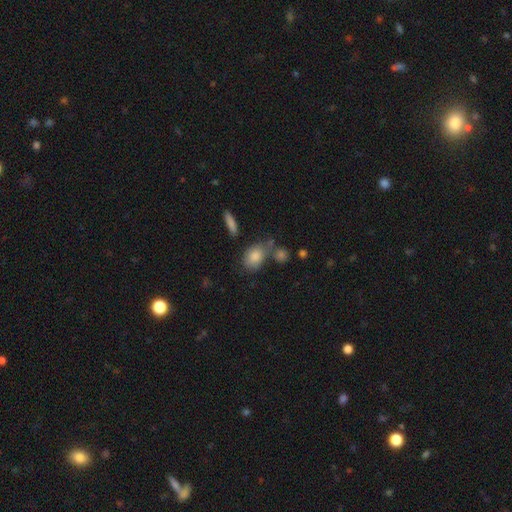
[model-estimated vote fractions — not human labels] smooth-or-featured: smooth: 83% | star or artifact: 9% | featured or disk: 8%
  how-rounded: in between: 71% | round: 26% | cigar-shaped: 3%
  merging: none: 60% | merger: 18% | minor disturbance: 16% | major disturbance: 6%